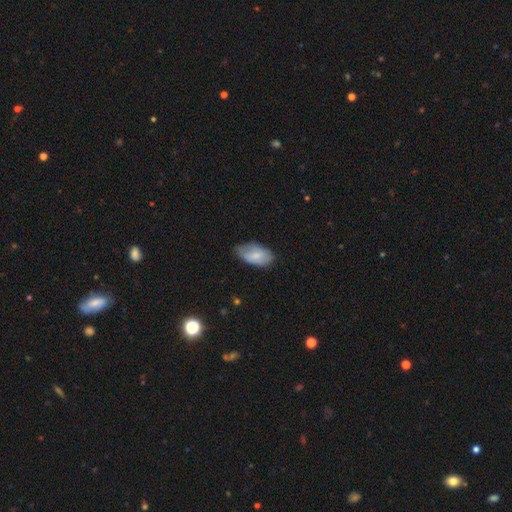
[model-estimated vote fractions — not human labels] Overall: smooth (75%). How rounded: in between (94%). Merging: none (59%; minor disturbance 33%).